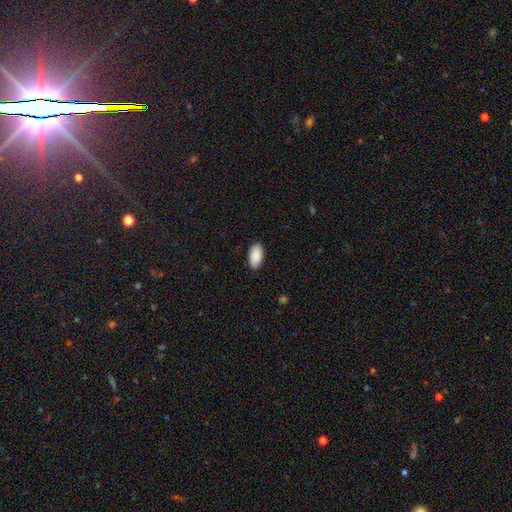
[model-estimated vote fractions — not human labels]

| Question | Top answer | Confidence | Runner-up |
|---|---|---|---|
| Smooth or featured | smooth | 90% | star or artifact (6%) |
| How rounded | in between | 95% | cigar-shaped (3%) |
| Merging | none | 88% | minor disturbance (9%) |